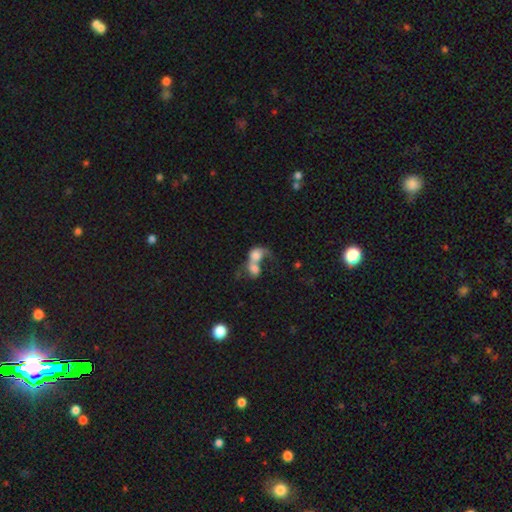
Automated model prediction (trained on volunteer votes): This appears to be a smooth galaxy with no disk features (60%) that is in between round and cigar-shaped (56%). Merging: merger (78%).